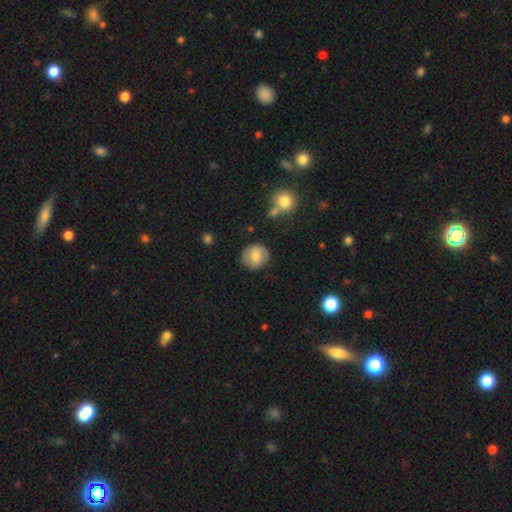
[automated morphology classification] smooth_or_featured: smooth (p=0.72) [alt: featured or disk p=0.20]
how_rounded: round (p=0.88) [alt: in between p=0.11]
merging: none (p=0.82) [alt: minor disturbance p=0.13]